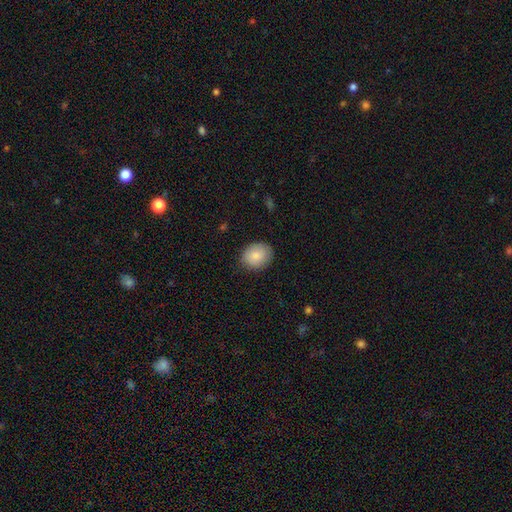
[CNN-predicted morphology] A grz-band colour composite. It shows a smooth galaxy with no disk features (85%) that is round (54%). Merging: none (84%).